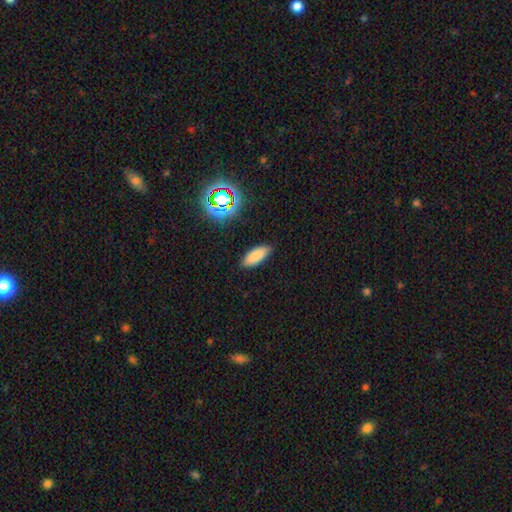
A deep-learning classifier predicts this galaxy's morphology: Q: Smooth or featured?
A: smooth (82%); runner-up: star or artifact (11%)
Q: How rounded?
A: in between (78%); runner-up: cigar-shaped (20%)
Q: Merging?
A: none (86%); runner-up: minor disturbance (10%)